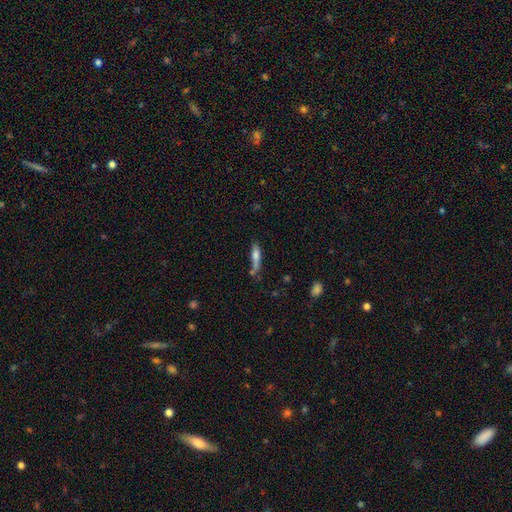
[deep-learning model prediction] smooth_or_featured: smooth (p=0.68) [alt: featured or disk p=0.24]
how_rounded: cigar-shaped (p=0.70) [alt: in between p=0.27]
merging: none (p=0.49) [alt: minor disturbance p=0.25]